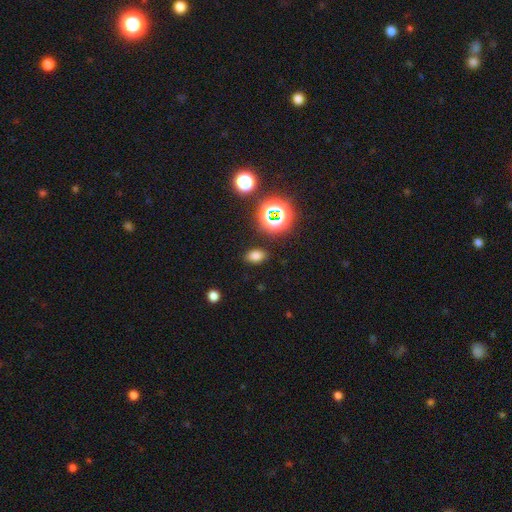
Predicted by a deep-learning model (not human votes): This is likely a smooth galaxy (73%). How rounded: clearly in between (81%). Merging: clearly none (86%).